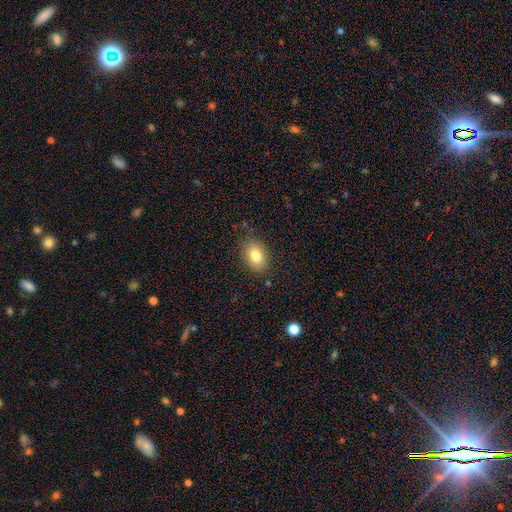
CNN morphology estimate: smooth-or-featured: smooth: 82% | featured or disk: 9% | star or artifact: 8%
  how-rounded: in between: 84% | round: 14% | cigar-shaped: 1%
  merging: none: 82% | minor disturbance: 13% | major disturbance: 3% | merger: 1%